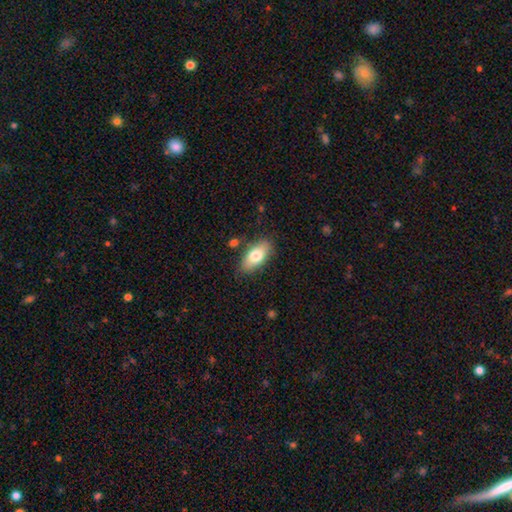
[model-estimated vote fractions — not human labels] Smooth or featured? Predicted: smooth (p=0.76). How rounded? Predicted: in between (p=0.86). Merging? Predicted: none (p=0.82).